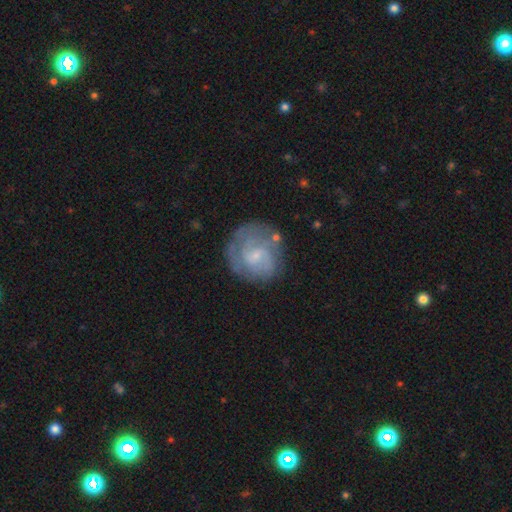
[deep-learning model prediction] This is likely a featured or disk galaxy (68%). It is clearly not viewed edge-on (98%). Bar: possibly no (49%). Spiral arm pattern: clearly yes (85%). Spiral arm count: marginally 2 (40%). Spiral winding: possibly tight (51%). Central bulge: likely small (67%). Merging: likely none (68%).